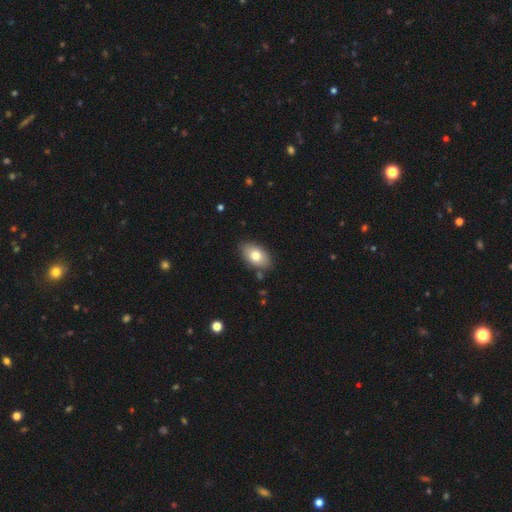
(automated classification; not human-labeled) Morphology: type=smooth (78%); roundness=in between (90%); merging=none (84%).